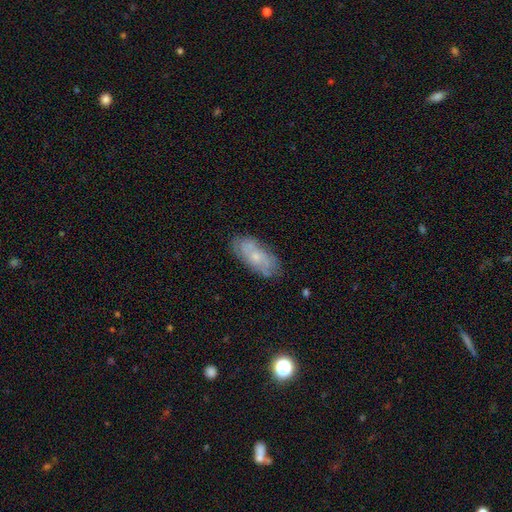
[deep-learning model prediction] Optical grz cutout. It shows a featured or disk galaxy (50%). Merging: none (74%).